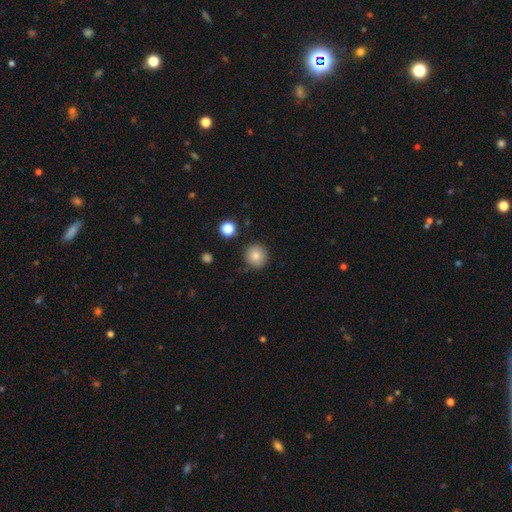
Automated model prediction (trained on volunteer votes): Smooth or featured? smooth (84%)
How rounded? round (94%)
Merging? none (88%)